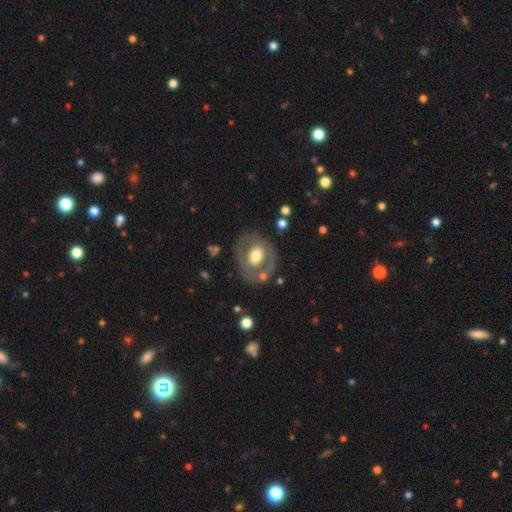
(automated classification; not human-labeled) smooth_or_featured: featured or disk (p=0.48) [alt: smooth p=0.46]
merging: none (p=0.71) [alt: minor disturbance p=0.16]